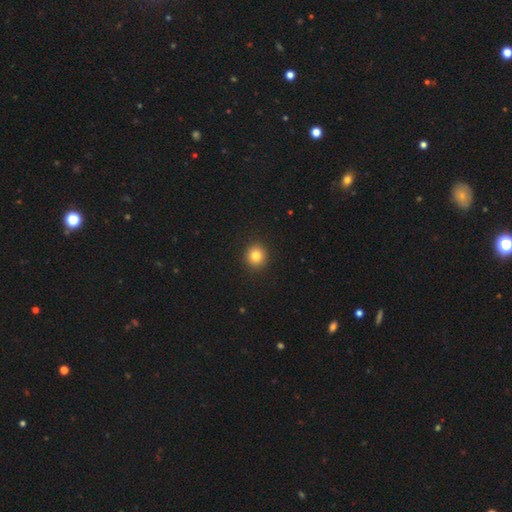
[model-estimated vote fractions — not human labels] Smooth or featured? Predicted: smooth (p=0.83). How rounded? Predicted: round (p=0.92). Merging? Predicted: none (p=0.93).